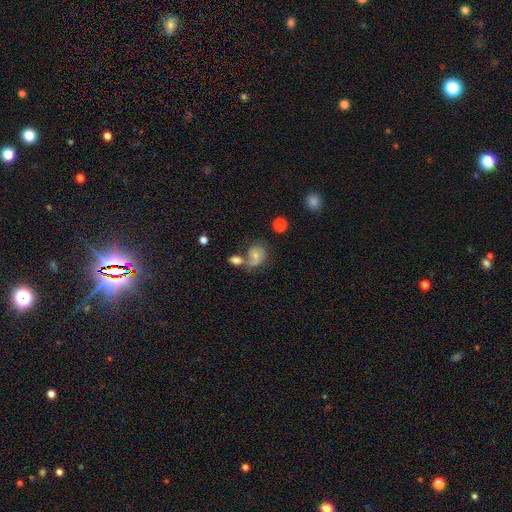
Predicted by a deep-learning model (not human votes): A smooth galaxy with no disk features (55%) that is round (56%). Merging: none (37%).